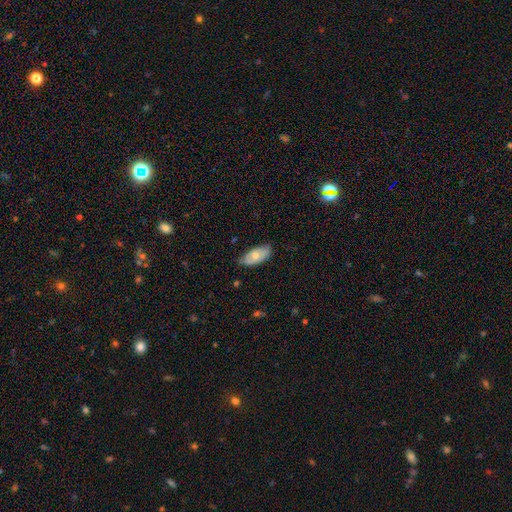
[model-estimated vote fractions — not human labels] A smooth galaxy with no disk features (58%) that is in between round and cigar-shaped (91%).

Vote fractions:
- Smooth or featured? smooth: 58% / featured or disk: 35% / star or artifact: 6%
- How rounded? in between: 91% / cigar-shaped: 6% / round: 3%
- Merging? none: 73% / minor disturbance: 22% / major disturbance: 3% / merger: 1%